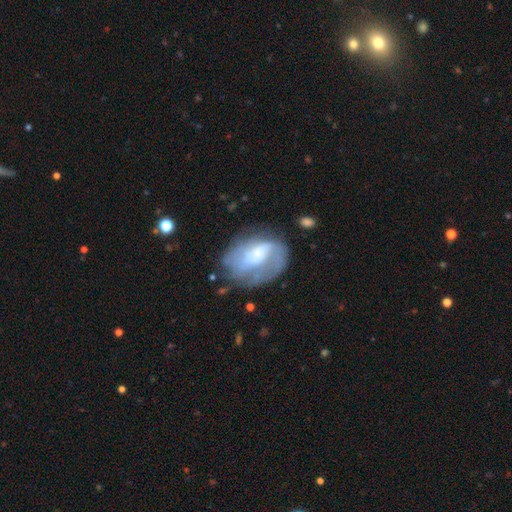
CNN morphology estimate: Q: Smooth or featured?
A: featured or disk (60%); runner-up: smooth (32%)
Q: Edge-on disk?
A: no (97%); runner-up: yes (3%)
Q: Bar?
A: no (60%); runner-up: weak (30%)
Q: Spiral arms?
A: yes (69%); runner-up: no (31%)
Q: Bulge size?
A: none (29%); runner-up: moderate (24%)
Q: Merging?
A: none (49%); runner-up: minor disturbance (25%)